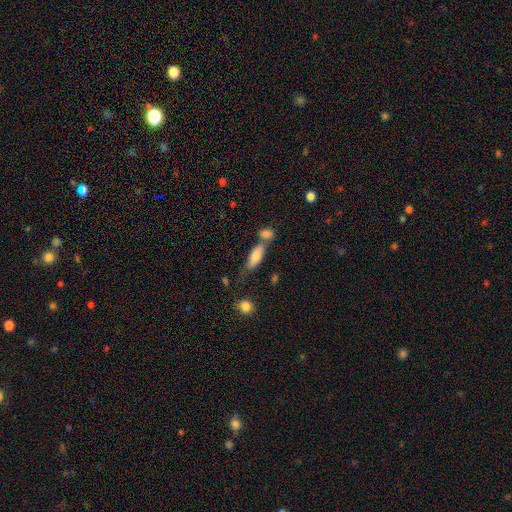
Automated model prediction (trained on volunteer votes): A smooth galaxy with no disk features (77%) that is in between round and cigar-shaped (63%). Merging: merger (41%).